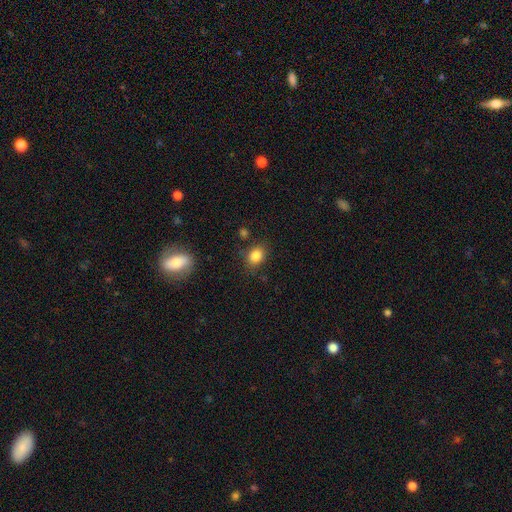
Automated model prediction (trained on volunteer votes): This appears to be a smooth galaxy with no disk features (84%) that is in between round and cigar-shaped (53%). Merging: none (78%).